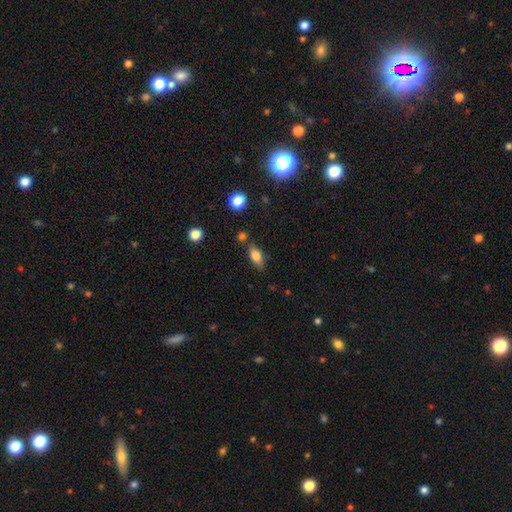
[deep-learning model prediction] smooth-or-featured: smooth: 77% | featured or disk: 15% | star or artifact: 9%
  how-rounded: in between: 81% | cigar-shaped: 13% | round: 6%
  merging: none: 69% | minor disturbance: 18% | merger: 8% | major disturbance: 5%